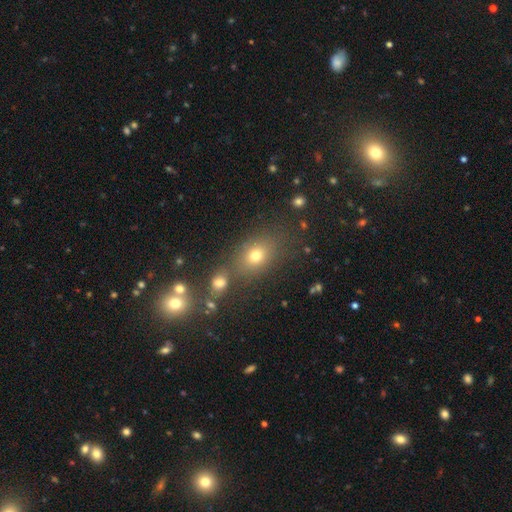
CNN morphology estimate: Overall: smooth (68%). How rounded: in between (62%; round 36%). Merging: none (64%).